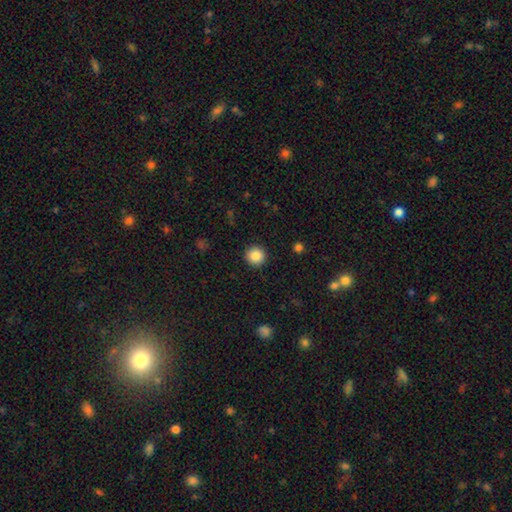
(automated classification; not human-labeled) smooth-or-featured: smooth: 86% | star or artifact: 10% | featured or disk: 4%
  how-rounded: round: 95% | in between: 4% | cigar-shaped: 1%
  merging: none: 92% | minor disturbance: 5% | major disturbance: 2% | merger: 1%